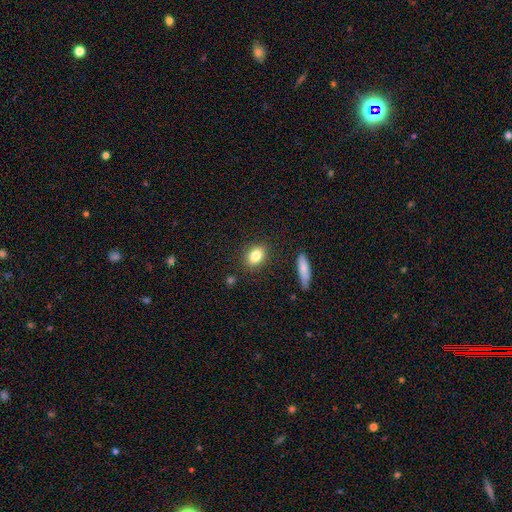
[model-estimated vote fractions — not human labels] Smooth or featured? Predicted: smooth (p=0.83). How rounded? Predicted: in between (p=0.73). Merging? Predicted: none (p=0.86).